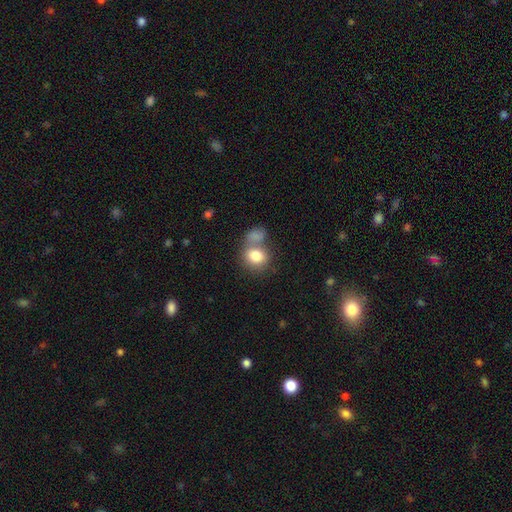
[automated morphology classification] A smooth galaxy with no disk features (81%) that is round (55%). Merging: none (41%).